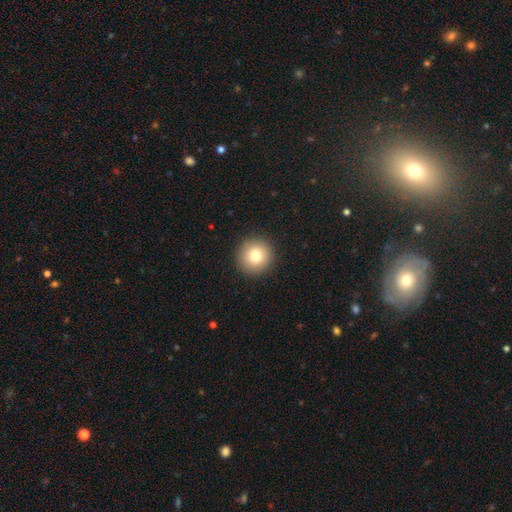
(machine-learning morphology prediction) Smooth or featured? smooth (79%)
How rounded? round (95%)
Merging? none (93%)